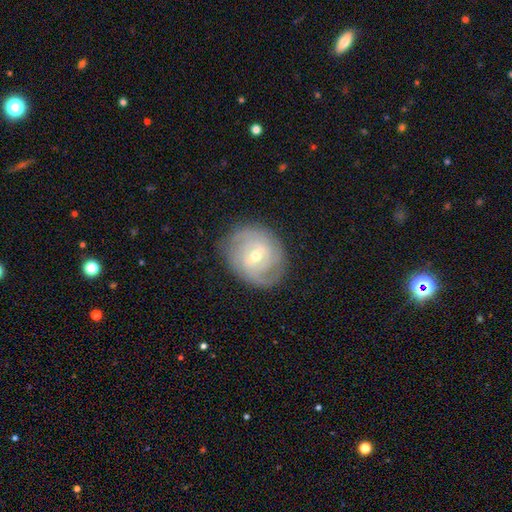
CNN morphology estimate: This appears to be a featured or disk galaxy (82%) with a weak bar (55%), 2 (40%) tight (66%) spiral arms (93%) and a moderate central bulge (53%). Merging: none (81%).